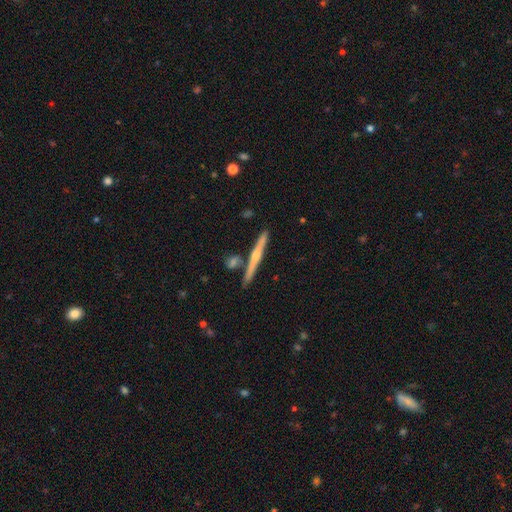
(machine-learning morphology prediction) Smooth or featured: featured or disk — 68% (smooth — 27%)
Edge-on disk: yes — 97% (no — 3%)
Edge-on bulge: rounded — 74% (none — 20%)
Merging: none — 82% (minor disturbance — 8%)